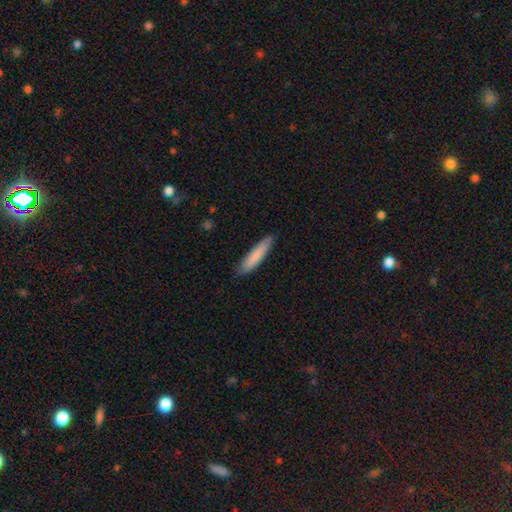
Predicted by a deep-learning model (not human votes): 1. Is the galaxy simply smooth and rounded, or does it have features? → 83% smooth, 11% featured or disk, 5% star or artifact.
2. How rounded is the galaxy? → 87% cigar-shaped, 12% in between, 1% round.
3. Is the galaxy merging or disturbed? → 87% none, 10% minor disturbance, 2% major disturbance, 1% merger.